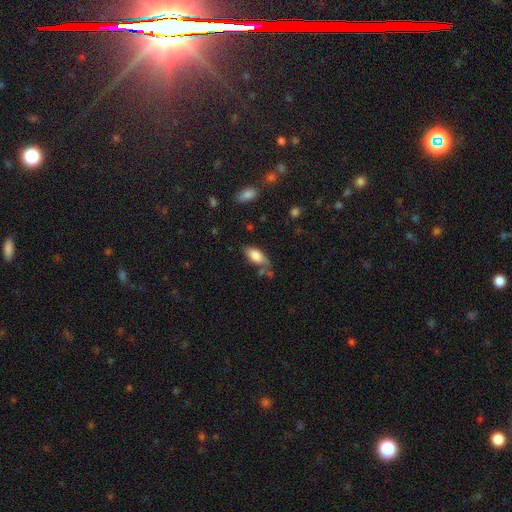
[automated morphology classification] This appears to be a smooth galaxy with no disk features (80%) that is in between round and cigar-shaped (86%). Merging: none (56%).